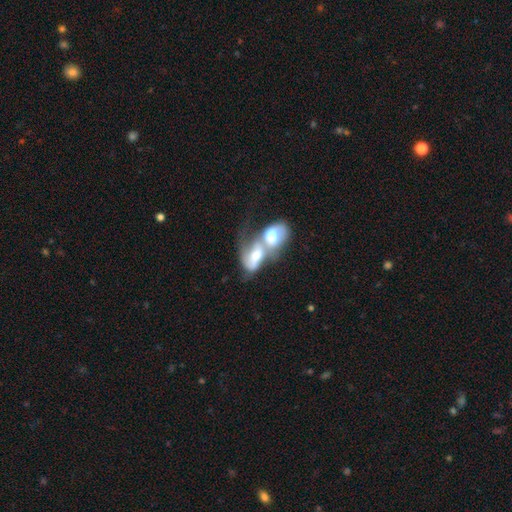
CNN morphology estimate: This is possibly a smooth galaxy (48%). Merging: clearly merger (82%).